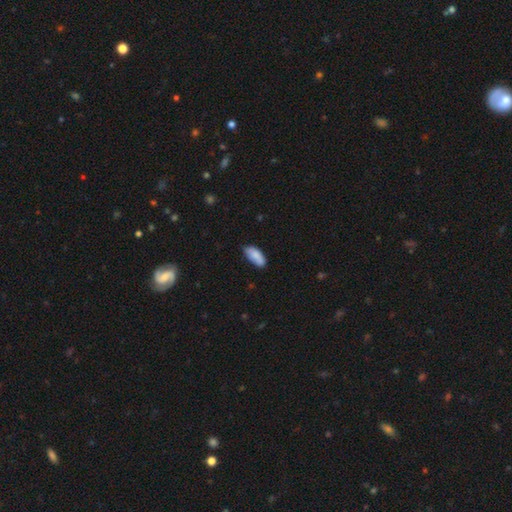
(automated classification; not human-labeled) Smooth or featured? smooth (83%)
How rounded? in between (87%)
Merging? none (68%)